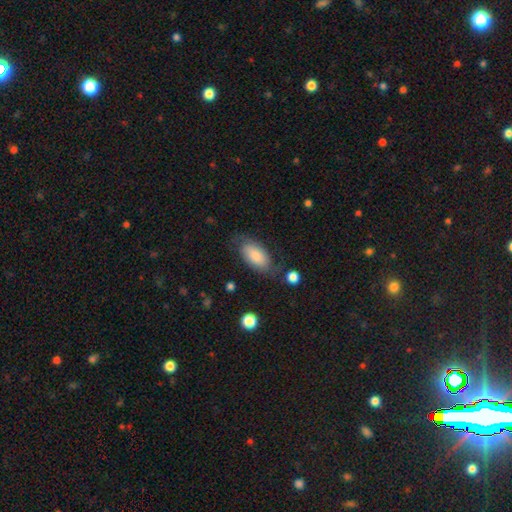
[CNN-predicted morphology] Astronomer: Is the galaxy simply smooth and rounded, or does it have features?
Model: smooth — 74%.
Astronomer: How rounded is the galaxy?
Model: in between — 93%.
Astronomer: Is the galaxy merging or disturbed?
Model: none — 63%.